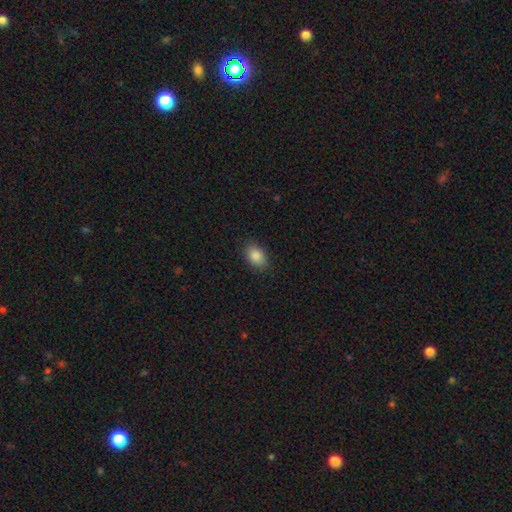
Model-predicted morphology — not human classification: This is clearly a smooth galaxy (87%). How rounded: clearly in between (82%). Merging: clearly none (87%).